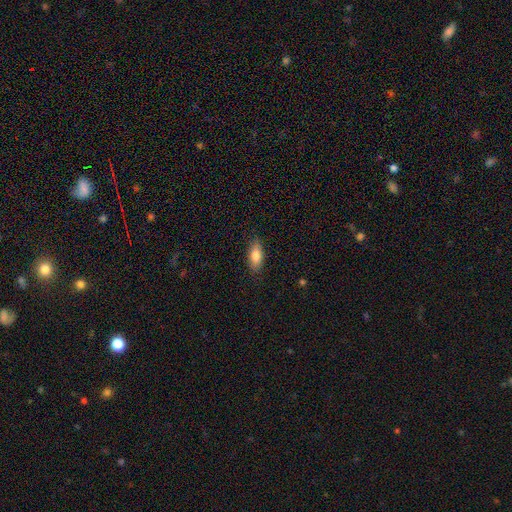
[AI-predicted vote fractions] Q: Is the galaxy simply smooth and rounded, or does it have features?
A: smooth — 82%.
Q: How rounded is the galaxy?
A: in between — 85%.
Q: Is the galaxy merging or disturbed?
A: none — 86%.